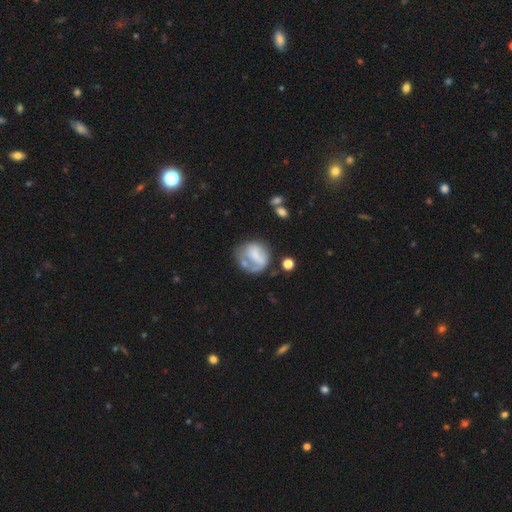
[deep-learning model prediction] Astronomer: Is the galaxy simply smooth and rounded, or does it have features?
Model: smooth — 49% (runner-up: featured or disk, 43%).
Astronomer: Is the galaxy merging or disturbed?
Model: none — 41% (runner-up: major disturbance, 25%).